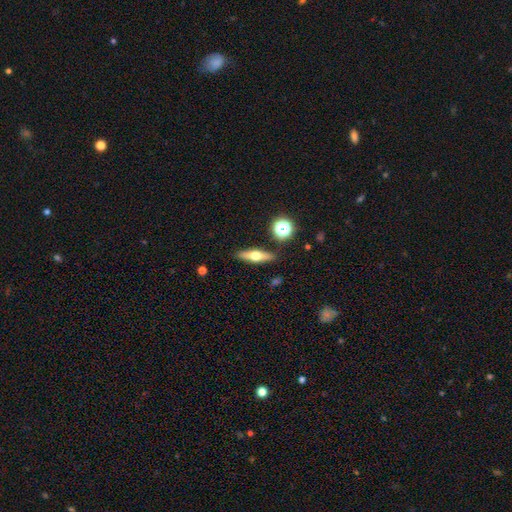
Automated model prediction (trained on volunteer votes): Smooth or featured?
  - featured or disk: 50% *
  - smooth: 42%
  - star or artifact: 8%
Merging?
  - none: 87% *
  - minor disturbance: 8%
  - merger: 3%
  - major disturbance: 2%